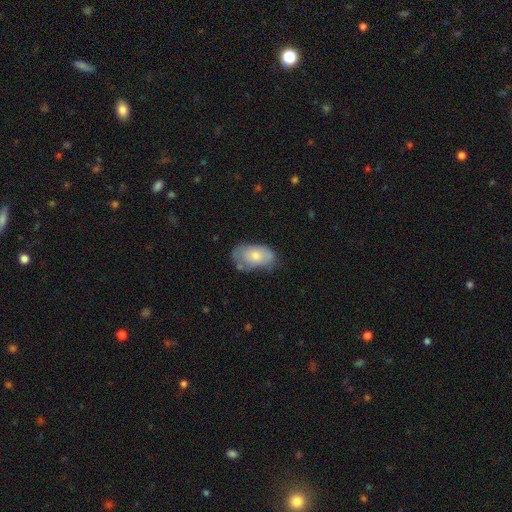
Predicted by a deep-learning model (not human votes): A smooth galaxy with no disk features (66%) that is in between round and cigar-shaped (90%). Merging: none (44%).